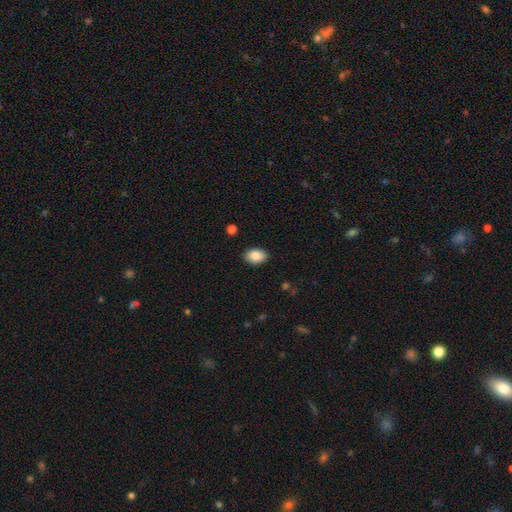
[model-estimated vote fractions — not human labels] smooth-or-featured: smooth: 88% | star or artifact: 7% | featured or disk: 5%
  how-rounded: in between: 84% | round: 15% | cigar-shaped: 1%
  merging: none: 87% | minor disturbance: 10% | major disturbance: 2% | merger: 1%